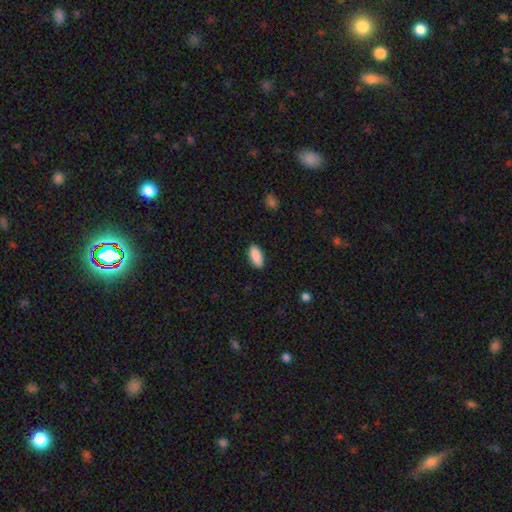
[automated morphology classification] type=smooth (90%); roundness=in between (89%); merging=none (88%).